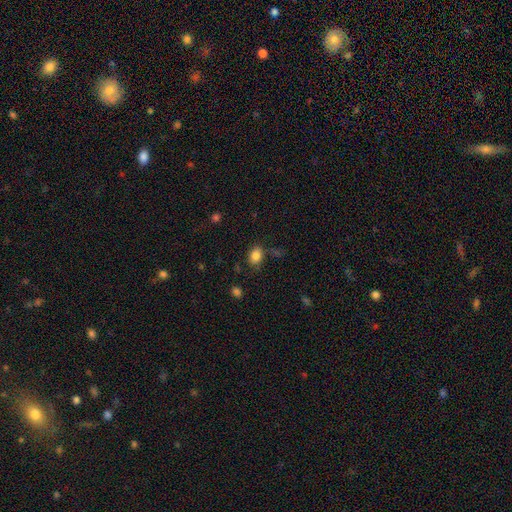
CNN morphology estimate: This appears to be a smooth galaxy with no disk features (84%) that is in between round and cigar-shaped (70%). Merging: none (74%).